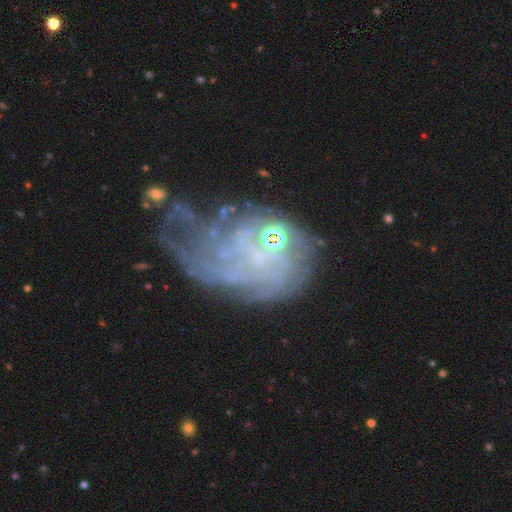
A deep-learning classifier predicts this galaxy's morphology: type=featured or disk (65%); edge-on=no (97%); bar=no (81%); spiral arms=no (53%); bulge=none (49%); merging=major disturbance (45%).